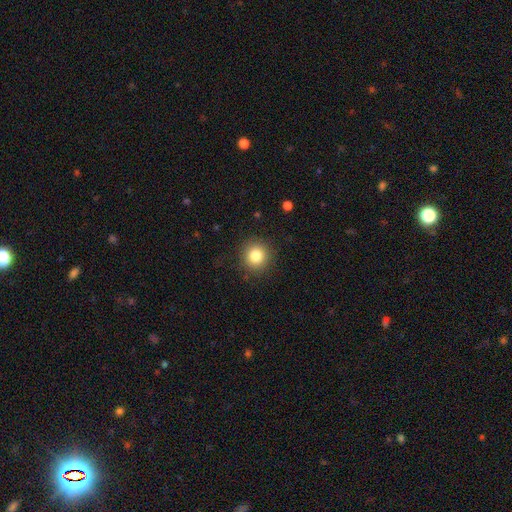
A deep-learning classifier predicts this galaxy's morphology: A smooth galaxy with no disk features (82%) that is round (92%).

Vote fractions:
- Smooth or featured? smooth: 82% / star or artifact: 11% / featured or disk: 7%
- How rounded? round: 92% / in between: 7% / cigar-shaped: 1%
- Merging? none: 89% / minor disturbance: 7% / major disturbance: 3% / merger: 1%